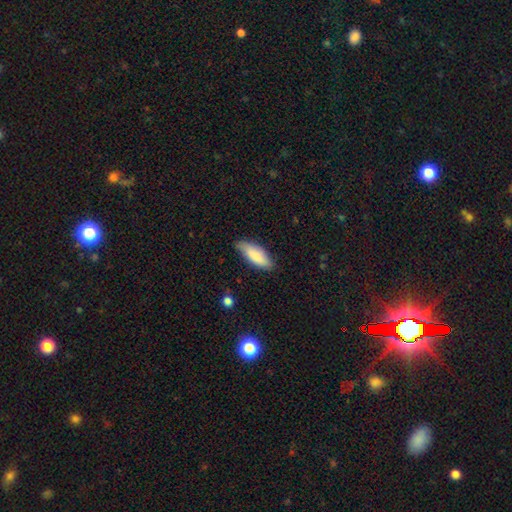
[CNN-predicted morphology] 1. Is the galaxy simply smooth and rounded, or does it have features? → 84% smooth, 10% featured or disk, 6% star or artifact.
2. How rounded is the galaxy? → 70% in between, 28% cigar-shaped, 2% round.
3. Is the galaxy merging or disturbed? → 78% none, 18% minor disturbance, 3% major disturbance, 1% merger.